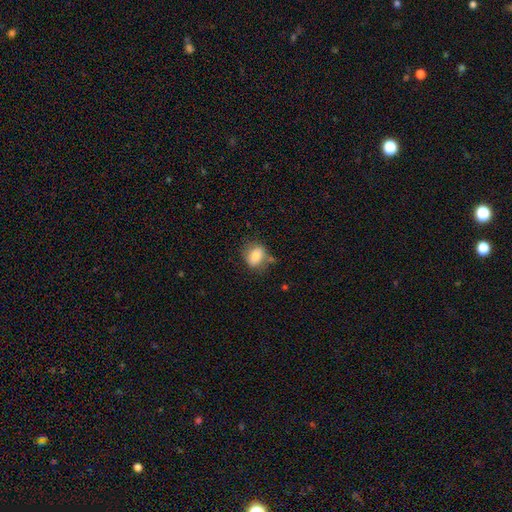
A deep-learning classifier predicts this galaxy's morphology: smooth 77%, featured or disk 14%, star or artifact 9%. Down the decision tree: how rounded — in between (52%); merging — none (62%).